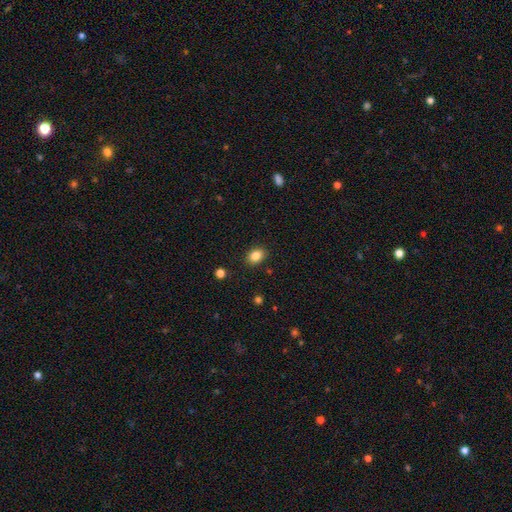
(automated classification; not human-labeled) This appears to be a smooth galaxy with no disk features (85%) that is in between round and cigar-shaped (64%). Merging: none (88%).